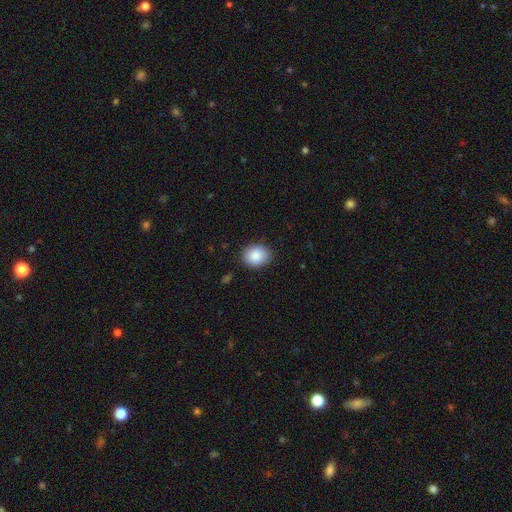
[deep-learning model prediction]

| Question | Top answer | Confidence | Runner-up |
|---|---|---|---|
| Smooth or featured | smooth | 88% | star or artifact (7%) |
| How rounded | round | 55% | in between (44%) |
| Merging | none | 86% | minor disturbance (11%) |